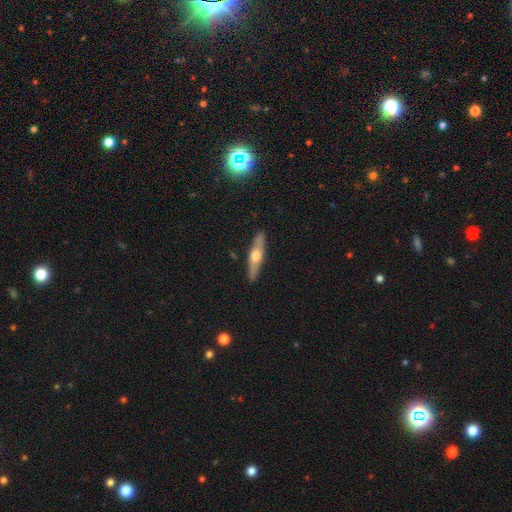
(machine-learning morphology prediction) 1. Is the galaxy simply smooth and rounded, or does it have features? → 54% featured or disk, 41% smooth, 5% star or artifact.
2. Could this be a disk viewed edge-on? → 84% yes, 16% no.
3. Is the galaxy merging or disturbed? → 89% none, 8% minor disturbance, 2% major disturbance, 1% merger.